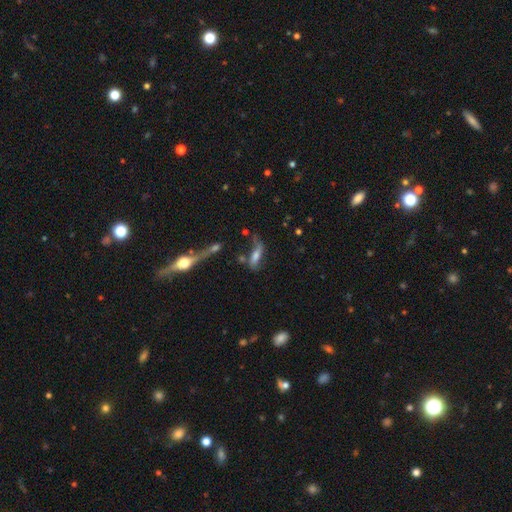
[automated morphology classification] Smooth or featured: smooth — 45% (featured or disk — 44%)
Merging: none — 32% (major disturbance — 25%)